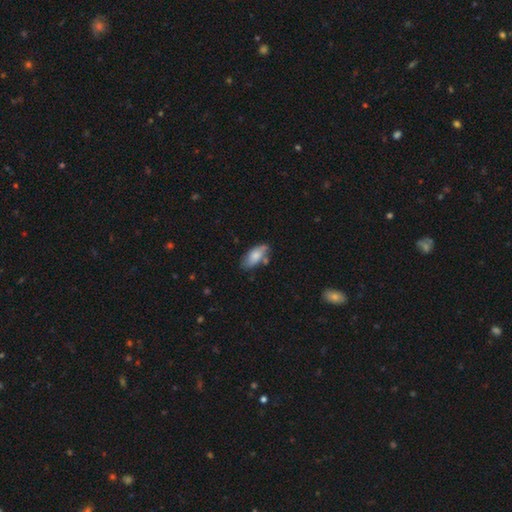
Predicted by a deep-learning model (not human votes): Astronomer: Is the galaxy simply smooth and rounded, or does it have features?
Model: smooth — 74%.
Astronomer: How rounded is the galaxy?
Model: in between — 87%.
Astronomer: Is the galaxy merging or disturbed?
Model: none — 63%.